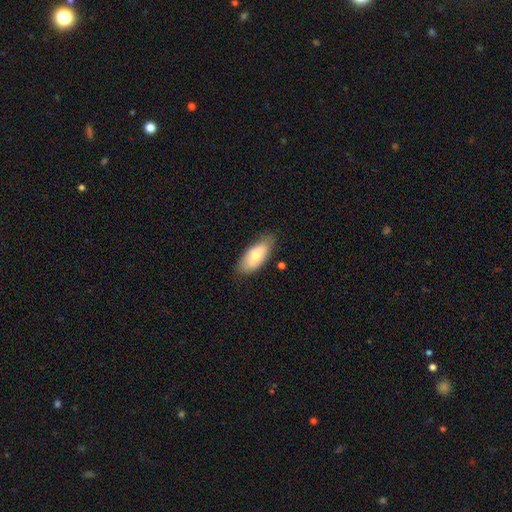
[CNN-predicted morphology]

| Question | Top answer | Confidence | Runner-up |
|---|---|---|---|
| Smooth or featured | smooth | 72% | featured or disk (22%) |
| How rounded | in between | 88% | cigar-shaped (9%) |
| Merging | none | 75% | minor disturbance (20%) |